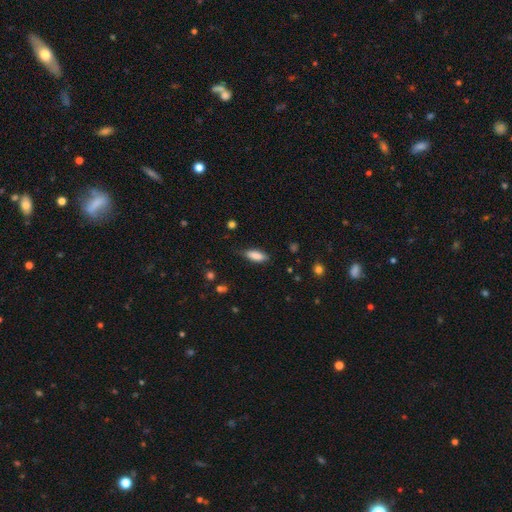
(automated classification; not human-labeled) Smooth or featured: smooth — 86% (featured or disk — 8%)
How rounded: in between — 73% (cigar-shaped — 25%)
Merging: none — 78% (minor disturbance — 17%)